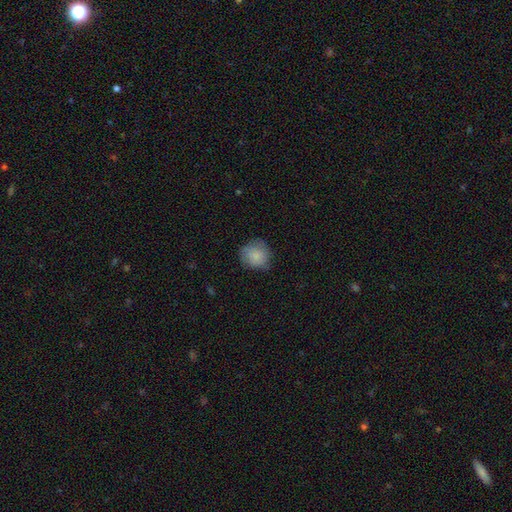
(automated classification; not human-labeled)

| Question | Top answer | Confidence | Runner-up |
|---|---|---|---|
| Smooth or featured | smooth | 83% | featured or disk (10%) |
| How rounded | round | 87% | in between (12%) |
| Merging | none | 74% | minor disturbance (21%) |